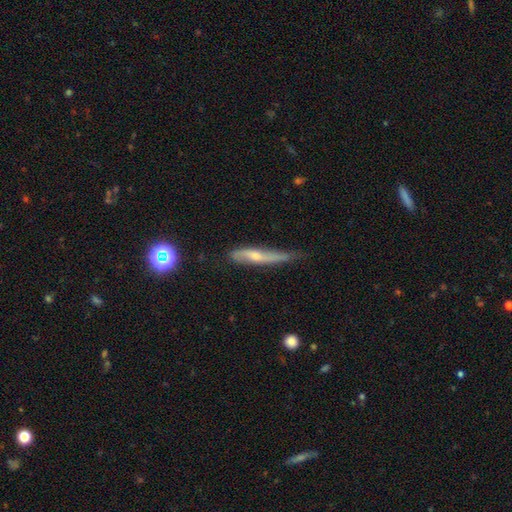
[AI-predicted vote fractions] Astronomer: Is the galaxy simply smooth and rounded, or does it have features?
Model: featured or disk — 53% (runner-up: smooth, 38%).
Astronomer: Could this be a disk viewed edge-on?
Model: yes — 73%.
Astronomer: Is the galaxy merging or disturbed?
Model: none — 49% (runner-up: minor disturbance, 38%).